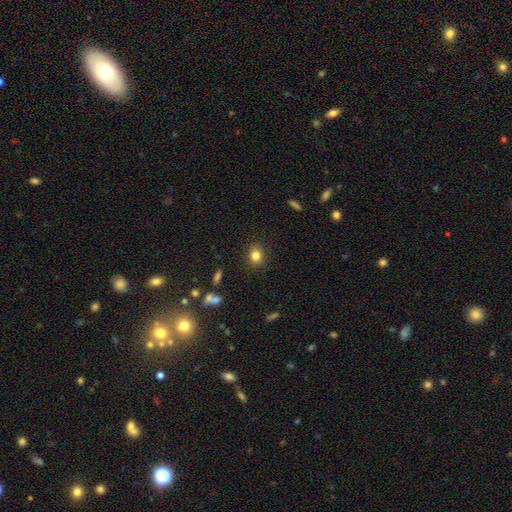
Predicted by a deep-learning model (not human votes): smooth_or_featured: smooth (p=0.82) [alt: star or artifact p=0.11]
how_rounded: round (p=0.66) [alt: in between p=0.33]
merging: none (p=0.88) [alt: minor disturbance p=0.08]